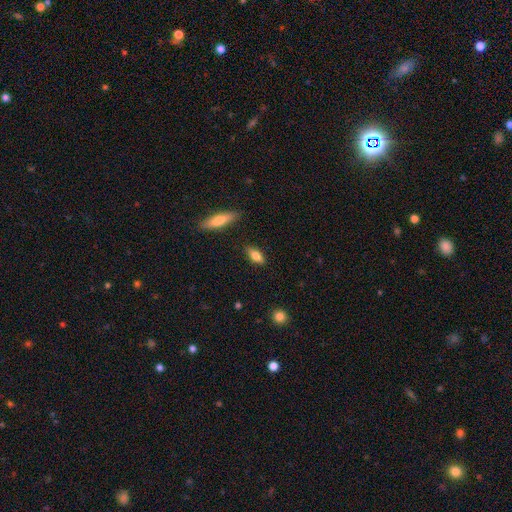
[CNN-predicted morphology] Smooth or featured?
  - smooth: 78% *
  - featured or disk: 15%
  - star or artifact: 7%
How rounded?
  - in between: 77% *
  - cigar-shaped: 20%
  - round: 3%
Merging?
  - none: 85% *
  - minor disturbance: 11%
  - major disturbance: 2%
  - merger: 2%